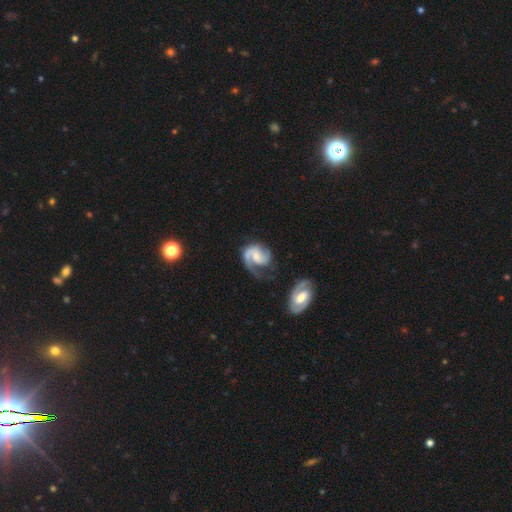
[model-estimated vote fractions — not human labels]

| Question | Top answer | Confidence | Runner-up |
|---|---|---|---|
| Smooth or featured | featured or disk | 86% | smooth (10%) |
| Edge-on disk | no | 98% | yes (2%) |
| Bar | weak | 44% | tied: no (44%) |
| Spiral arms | yes | 97% | no (3%) |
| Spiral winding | medium | 50% | tight (29%) |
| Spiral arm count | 2 | 68% | 1 (25%) |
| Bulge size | small | 41% | moderate (37%) |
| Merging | none | 52% | minor disturbance (23%) |